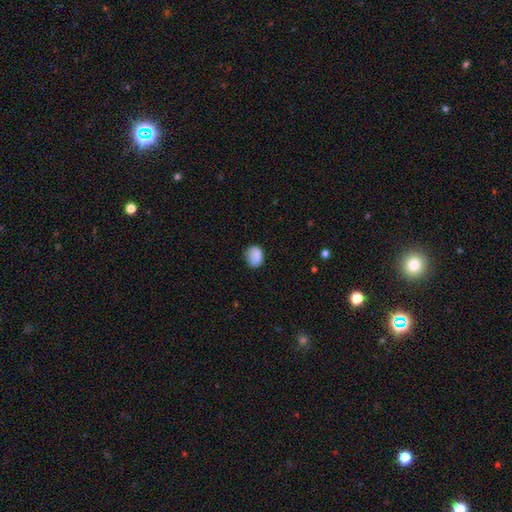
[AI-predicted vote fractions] Smooth or featured? Predicted: smooth (p=0.84). How rounded? Predicted: in between (p=0.59). Merging? Predicted: none (p=0.66).